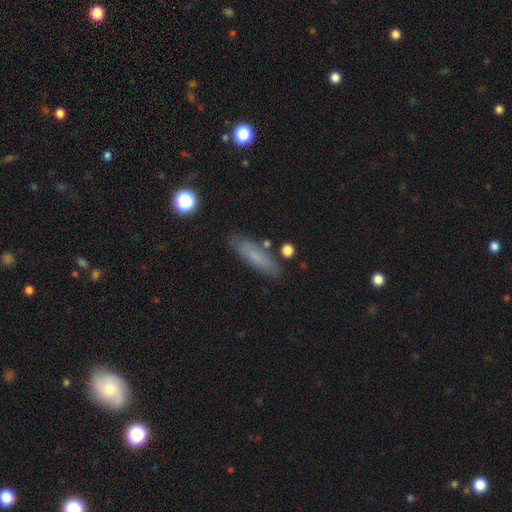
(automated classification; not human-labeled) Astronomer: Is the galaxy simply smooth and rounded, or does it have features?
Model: smooth — 72%.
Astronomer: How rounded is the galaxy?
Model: cigar-shaped — 68%.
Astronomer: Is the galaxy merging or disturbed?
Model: none — 82%.